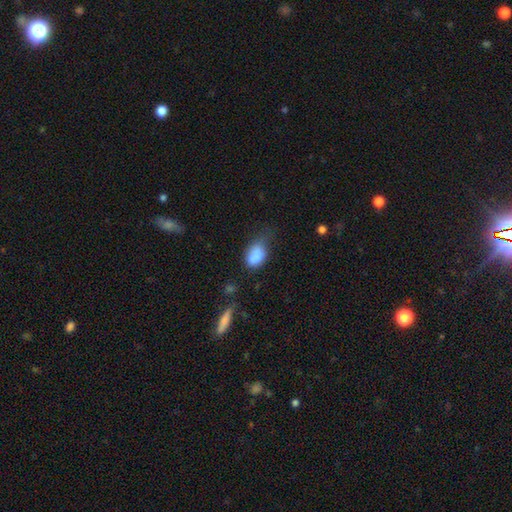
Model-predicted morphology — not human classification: A smooth galaxy with no disk features (83%) that is in between round and cigar-shaped (82%).

Vote fractions:
- Smooth or featured? smooth: 83% / star or artifact: 9% / featured or disk: 9%
- How rounded? in between: 82% / round: 17% / cigar-shaped: 2%
- Merging? minor disturbance: 41% / none: 34% / major disturbance: 19% / merger: 6%